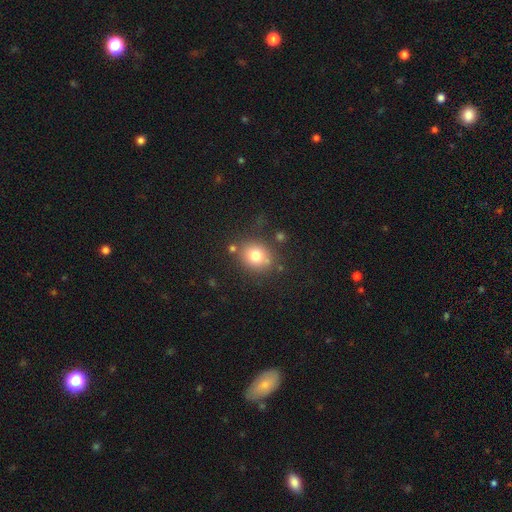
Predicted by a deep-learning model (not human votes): A smooth galaxy with no disk features (78%) that is round (73%).

Vote fractions:
- Smooth or featured? smooth: 78% / star or artifact: 12% / featured or disk: 11%
- How rounded? round: 73% / in between: 26% / cigar-shaped: 1%
- Merging? none: 75% / minor disturbance: 13% / merger: 7% / major disturbance: 5%